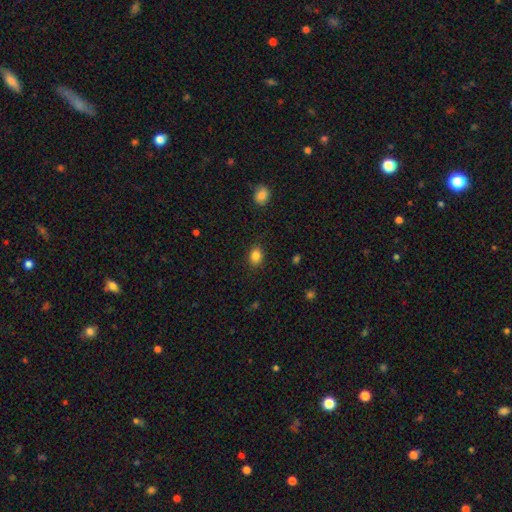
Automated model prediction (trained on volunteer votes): The model was most divided on "how rounded": in between: 58%, round: 41%, cigar-shaped: 1%. More confident: merging — none (85%); smooth or featured — smooth (85%).